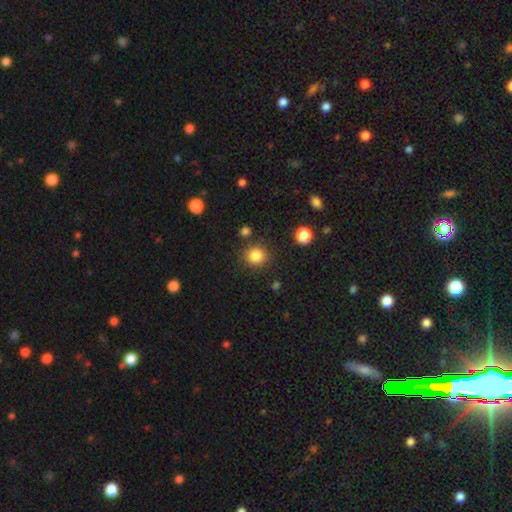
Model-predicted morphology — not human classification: This is clearly a smooth galaxy (84%). How rounded: clearly round (87%). Merging: clearly none (83%).